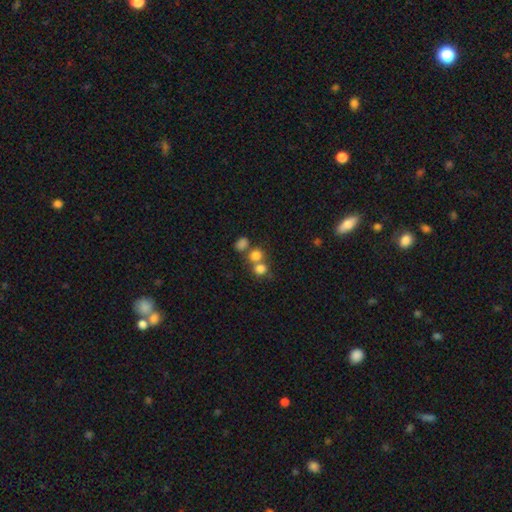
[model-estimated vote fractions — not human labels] This is likely a smooth galaxy (76%). How rounded: likely round (75%). Merging: marginally merger (45%).